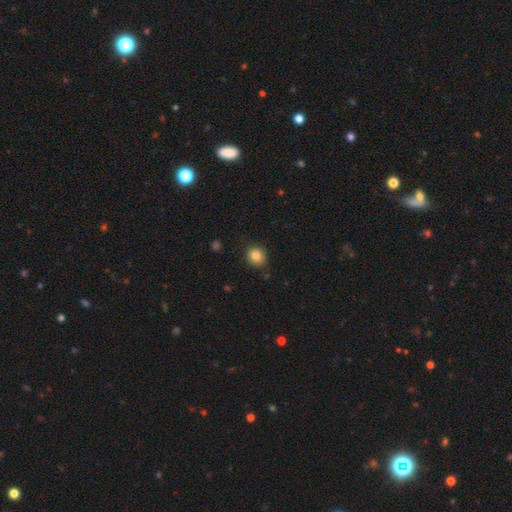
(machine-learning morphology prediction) type=smooth (85%); roundness=round (83%); merging=none (86%).